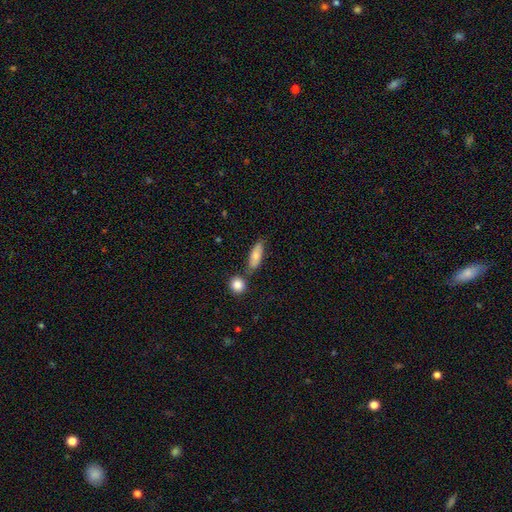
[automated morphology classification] A smooth galaxy with no disk features (75%) that is in between round and cigar-shaped (65%). Merging: none (63%).